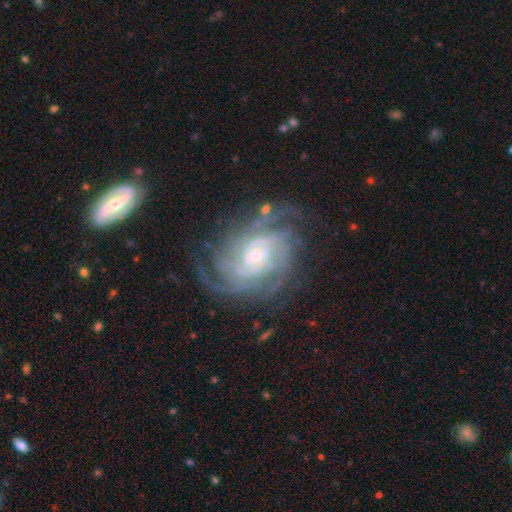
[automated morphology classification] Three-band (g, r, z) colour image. It shows a featured or disk galaxy (89%) with no bar (67%), tight (68%) spiral arms (97%) and a small central bulge (67%). Merging: none (71%).